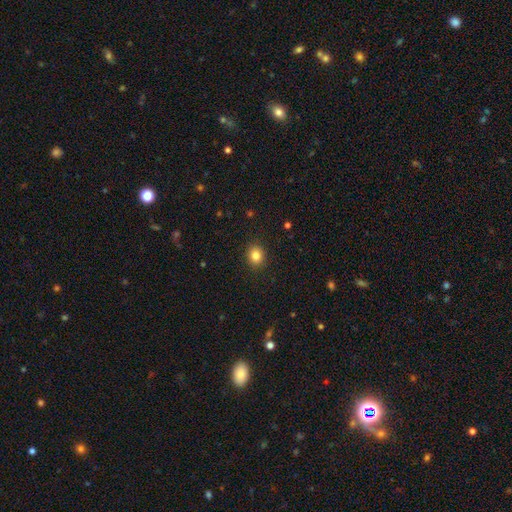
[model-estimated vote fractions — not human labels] Morphology: type=smooth (84%); roundness=round (71%); merging=none (91%).